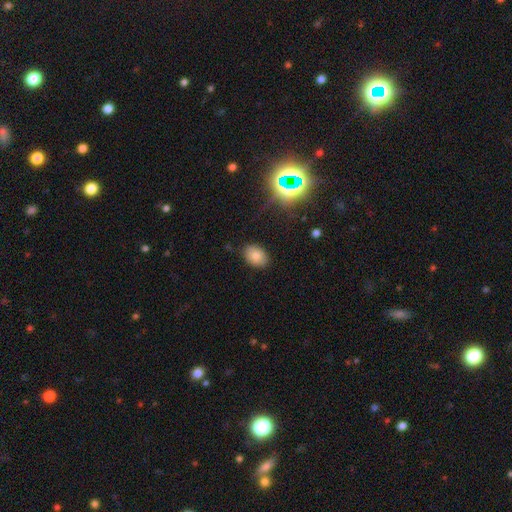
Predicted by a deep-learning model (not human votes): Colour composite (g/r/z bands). It shows a smooth galaxy with no disk features (78%) that is in between round and cigar-shaped (79%). Merging: none (86%).